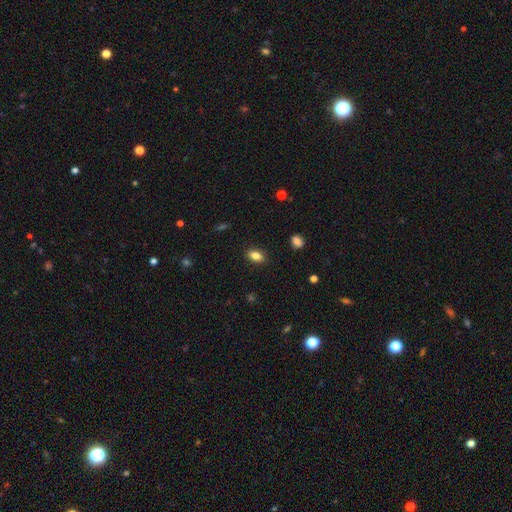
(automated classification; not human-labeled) Smooth or featured? smooth (84%)
How rounded? in between (87%)
Merging? none (88%)